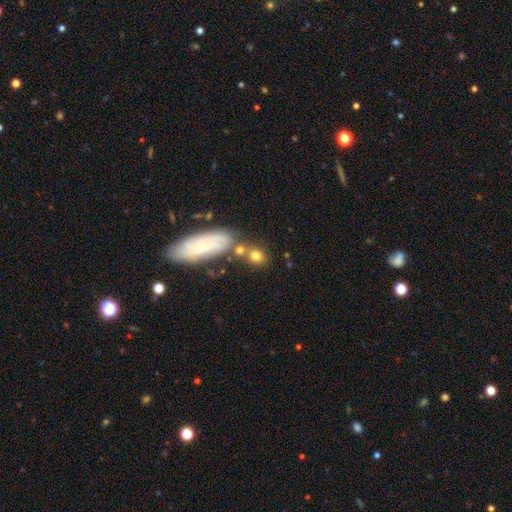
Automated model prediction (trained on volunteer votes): This appears to be a smooth galaxy with no disk features (73%) that is round (54%). Merging: none (58%).